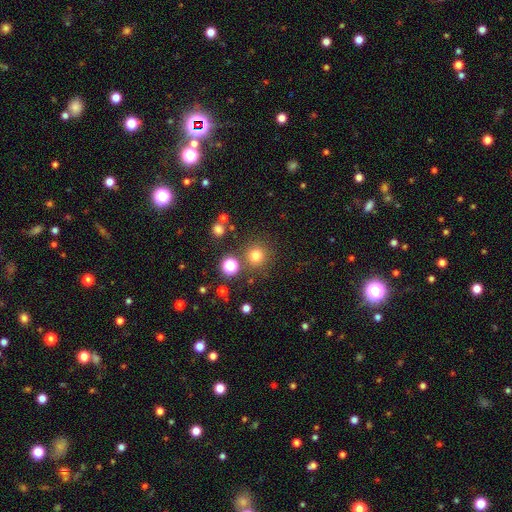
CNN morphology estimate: Smooth or featured? smooth (76%)
How rounded? round (94%)
Merging? none (84%)